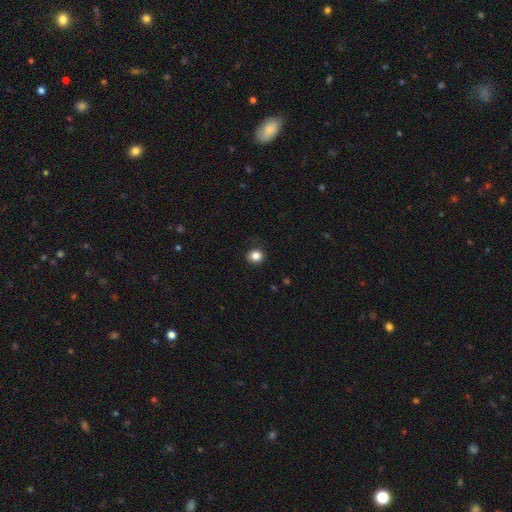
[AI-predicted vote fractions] Q: Smooth or featured?
A: smooth (84%); runner-up: star or artifact (11%)
Q: How rounded?
A: round (82%); runner-up: in between (18%)
Q: Merging?
A: none (87%); runner-up: minor disturbance (10%)